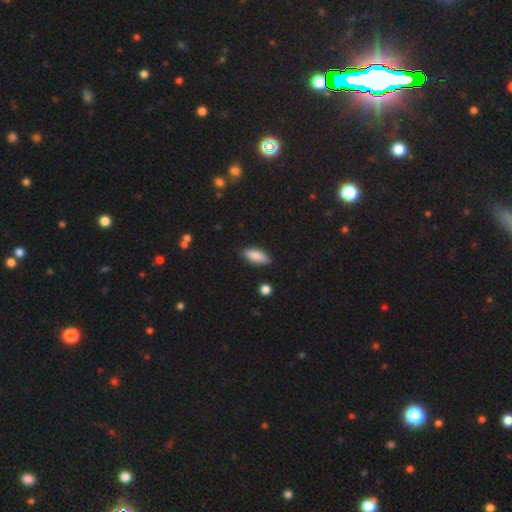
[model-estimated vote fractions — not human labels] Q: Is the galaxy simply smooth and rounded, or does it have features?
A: smooth — 86%.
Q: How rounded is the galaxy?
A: in between — 78%.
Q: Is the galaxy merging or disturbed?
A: none — 85%.